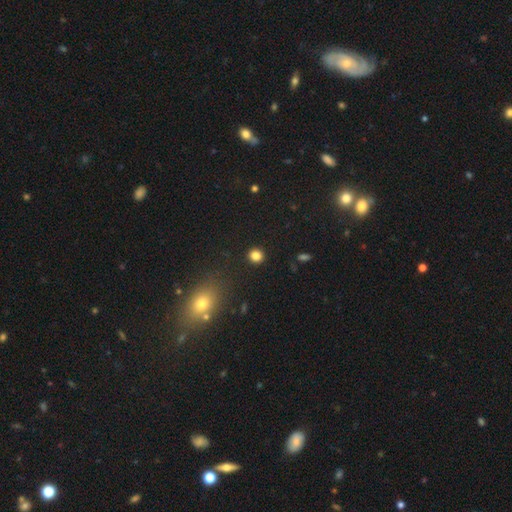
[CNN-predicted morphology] The model was most divided on "smooth or featured": smooth: 84%, star or artifact: 12%, featured or disk: 4%. More confident: merging — none (92%); how rounded — round (90%).